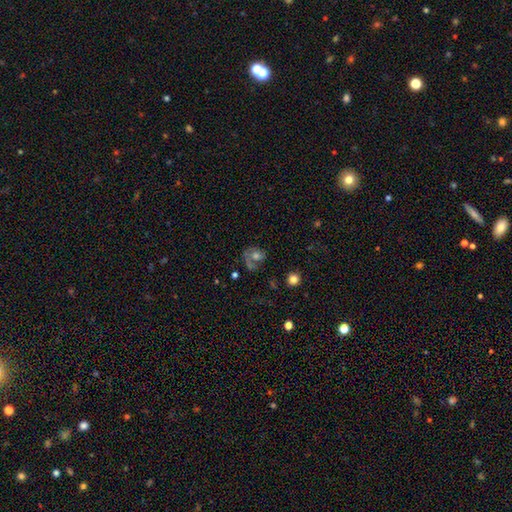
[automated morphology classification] type=featured or disk (47%); merging=none (42%).